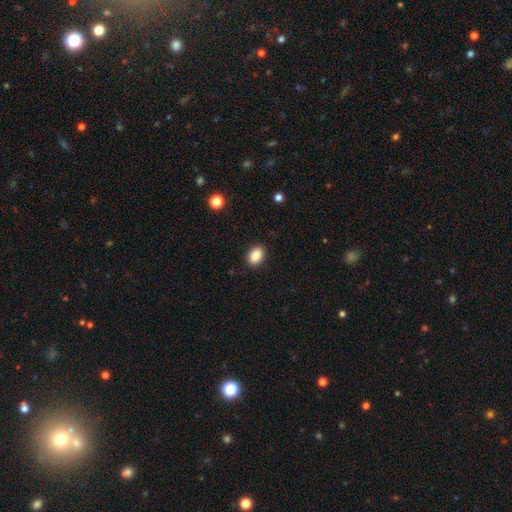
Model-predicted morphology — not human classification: smooth_or_featured: smooth (p=0.88) [alt: star or artifact p=0.09]
how_rounded: in between (p=0.70) [alt: round p=0.29]
merging: none (p=0.90) [alt: minor disturbance p=0.07]